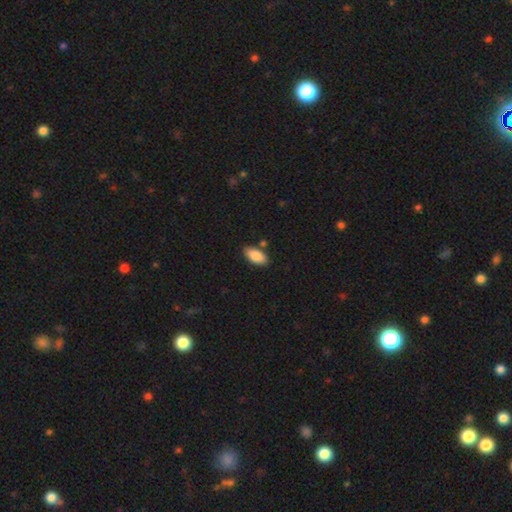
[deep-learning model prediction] Morphology: type=smooth (88%); roundness=in between (93%); merging=none (81%).